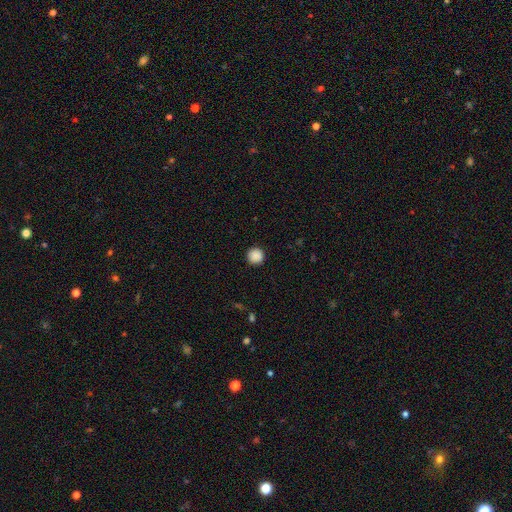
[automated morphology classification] Overall: smooth (89%). How rounded: round (96%). Merging: none (92%).